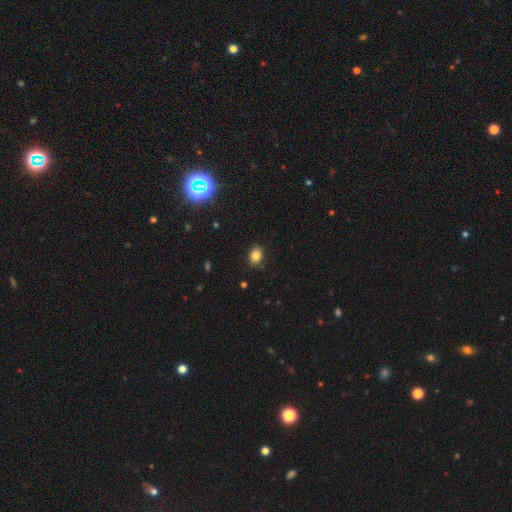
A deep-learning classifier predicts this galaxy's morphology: This appears to be a smooth galaxy with no disk features (82%) that is in between round and cigar-shaped (65%). Merging: none (88%).